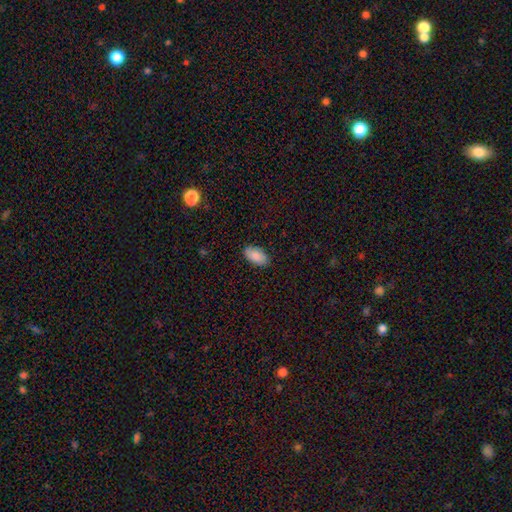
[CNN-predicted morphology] A smooth galaxy with no disk features (88%) that is in between round and cigar-shaped (95%). Merging: none (88%).